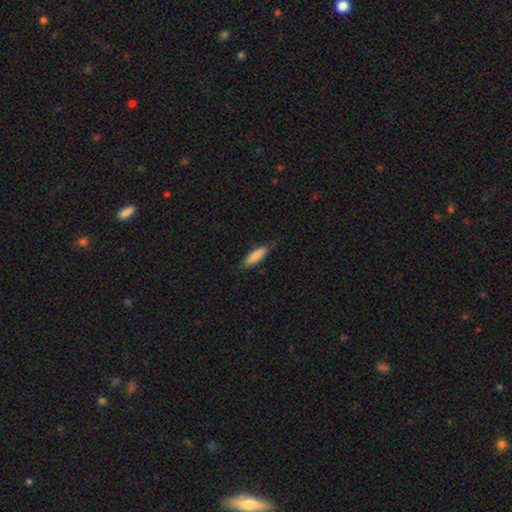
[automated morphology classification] Smooth or featured: smooth — 85% (featured or disk — 10%)
How rounded: in between — 56% (cigar-shaped — 43%)
Merging: none — 78% (minor disturbance — 18%)